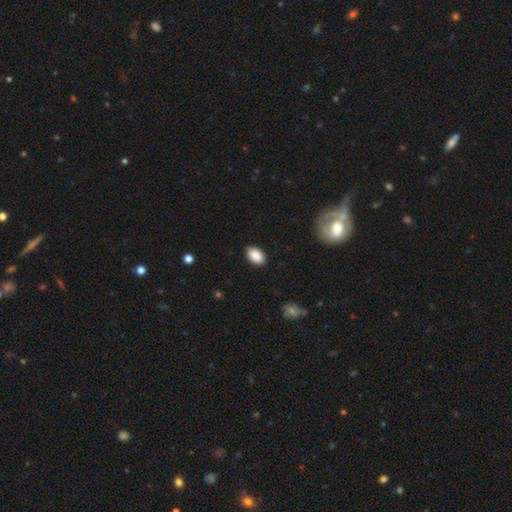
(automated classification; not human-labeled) Q: Smooth or featured?
A: smooth (89%); runner-up: star or artifact (7%)
Q: How rounded?
A: in between (89%); runner-up: round (10%)
Q: Merging?
A: none (88%); runner-up: minor disturbance (9%)